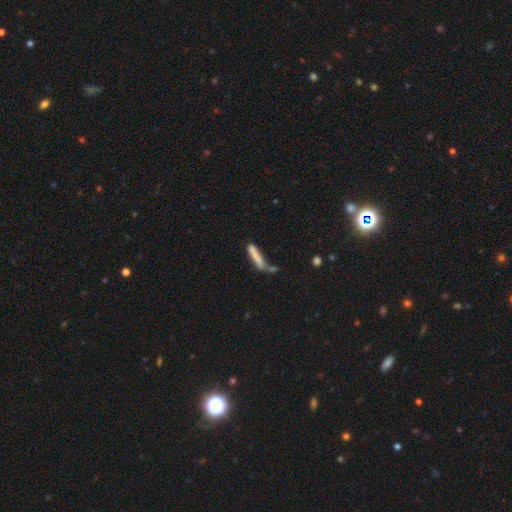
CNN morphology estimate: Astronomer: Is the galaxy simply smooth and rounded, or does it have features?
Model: smooth — 77%.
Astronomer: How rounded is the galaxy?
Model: cigar-shaped — 90%.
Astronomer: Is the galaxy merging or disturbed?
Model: none — 53%.